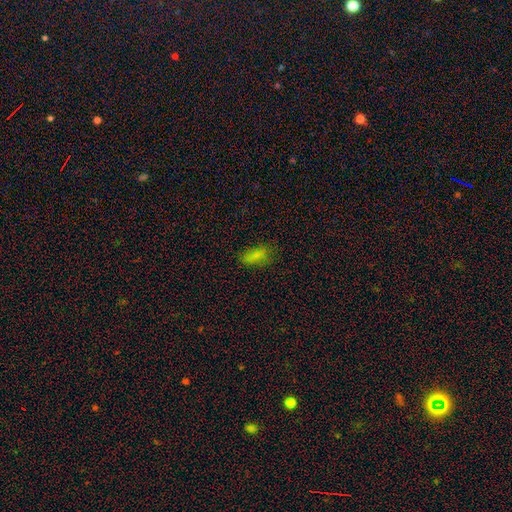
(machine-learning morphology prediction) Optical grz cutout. It shows a smooth galaxy with no disk features (78%) that is in between round and cigar-shaped (81%). Merging: none (73%).